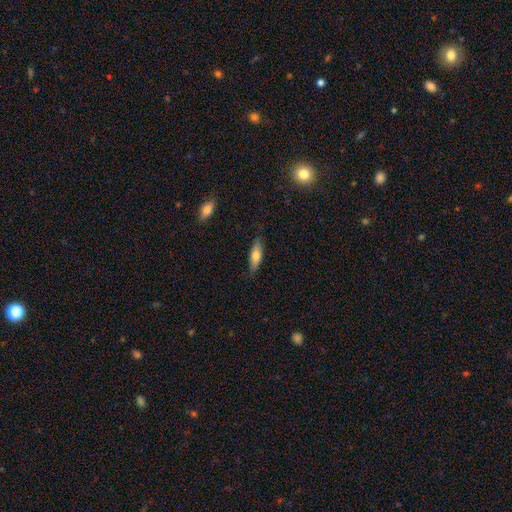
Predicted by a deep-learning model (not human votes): Smooth or featured: smooth — 70% (featured or disk — 24%)
How rounded: in between — 53% (cigar-shaped — 45%)
Merging: none — 81% (minor disturbance — 15%)